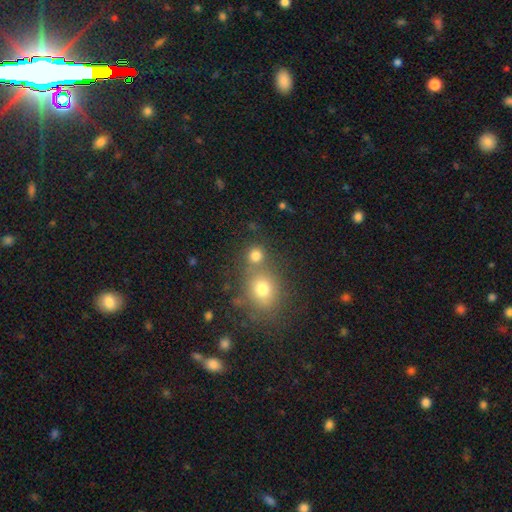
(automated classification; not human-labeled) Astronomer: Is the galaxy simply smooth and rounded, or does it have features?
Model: smooth — 77%.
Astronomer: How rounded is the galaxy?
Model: round — 86%.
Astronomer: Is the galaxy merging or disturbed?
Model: none — 60%.